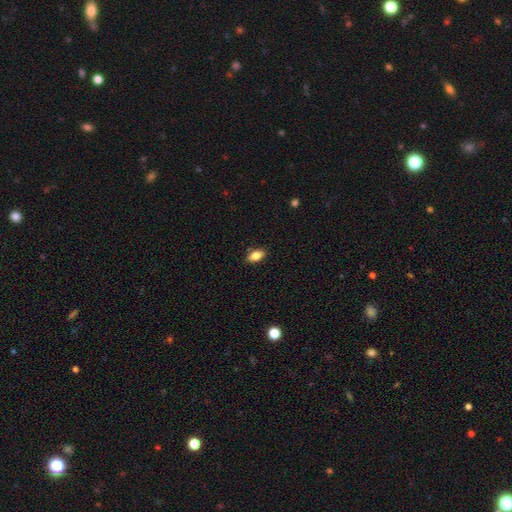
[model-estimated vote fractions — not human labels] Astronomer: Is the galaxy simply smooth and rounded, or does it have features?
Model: smooth — 81%.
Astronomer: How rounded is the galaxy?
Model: in between — 89%.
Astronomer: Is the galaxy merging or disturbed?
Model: none — 87%.